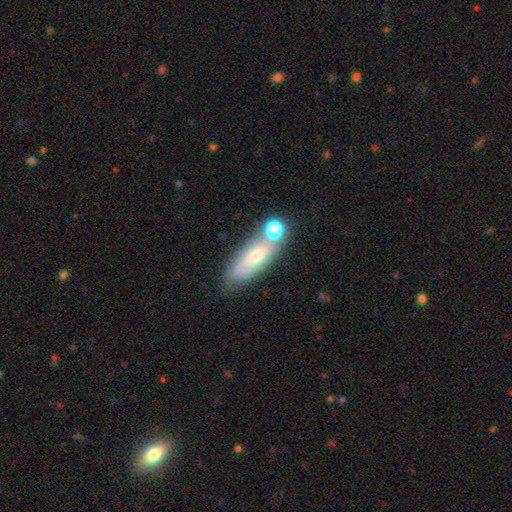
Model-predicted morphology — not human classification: This is possibly a smooth galaxy (48%). Merging: possibly none (54%).